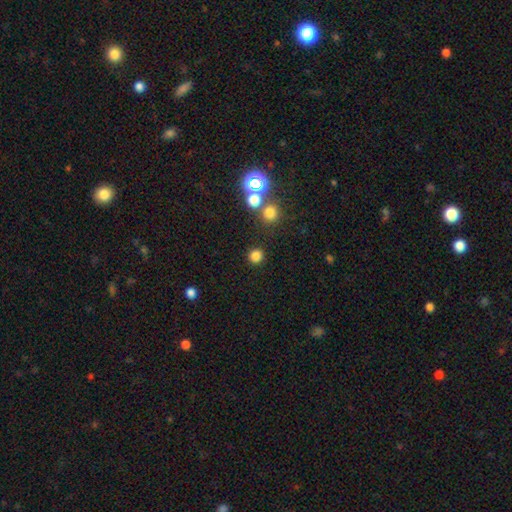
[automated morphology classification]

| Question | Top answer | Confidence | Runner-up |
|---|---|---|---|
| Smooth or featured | smooth | 80% | star or artifact (16%) |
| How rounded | round | 93% | in between (6%) |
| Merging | none | 88% | minor disturbance (6%) |